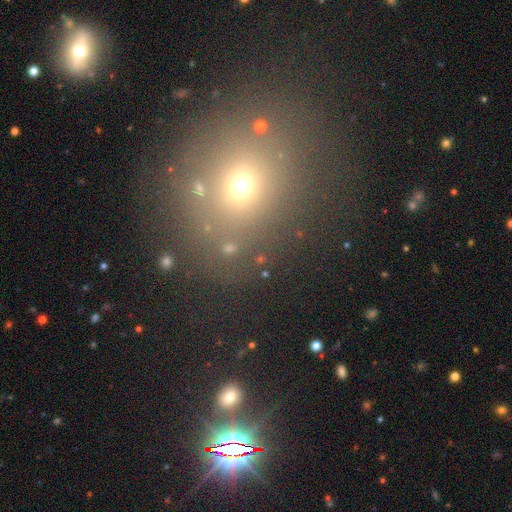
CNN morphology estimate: The model was most divided on "smooth or featured": smooth: 57%, star or artifact: 32%, featured or disk: 11%. More confident: merging — none (80%); how rounded — round (74%).